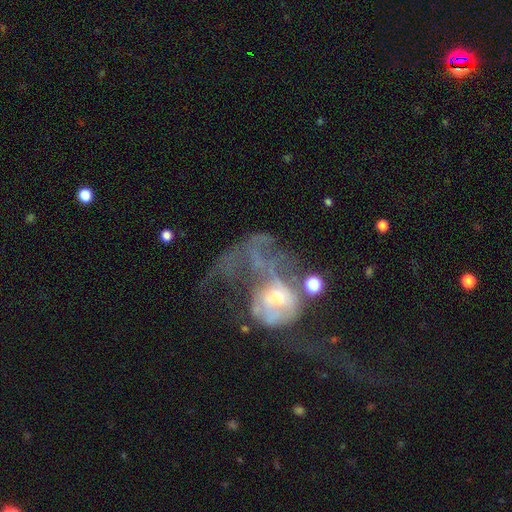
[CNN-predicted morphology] A featured or disk galaxy (61%) with no bar (78%), no spiral arms (68%) and a moderate central bulge (47%). Merging: major disturbance (54%).